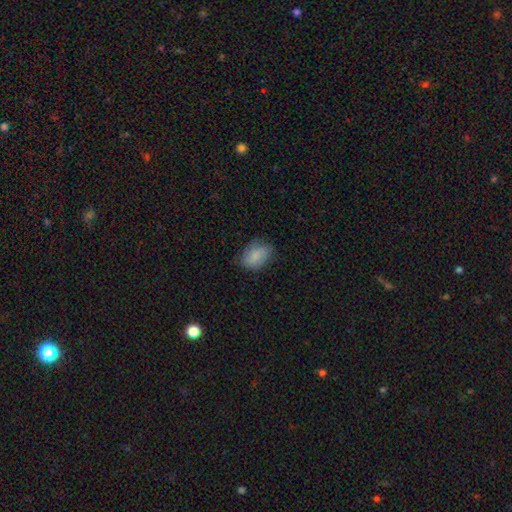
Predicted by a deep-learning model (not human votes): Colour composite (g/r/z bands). It shows a smooth galaxy with no disk features (78%) that is in between round and cigar-shaped (80%). Merging: none (68%).